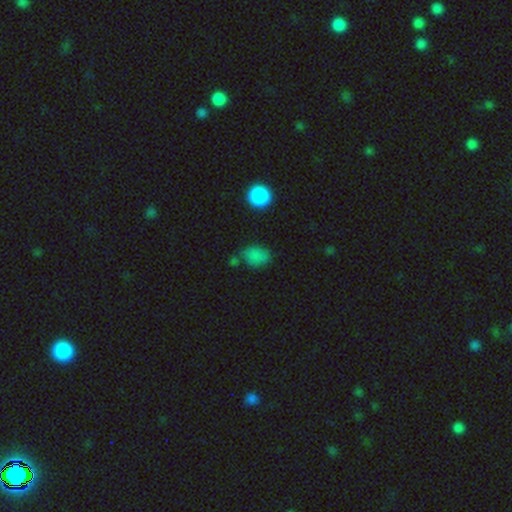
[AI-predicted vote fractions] A smooth galaxy with no disk features (80%) that is in between round and cigar-shaped (68%). Merging: none (60%).